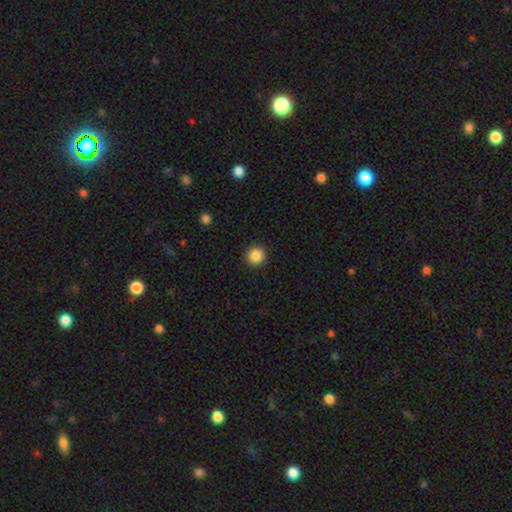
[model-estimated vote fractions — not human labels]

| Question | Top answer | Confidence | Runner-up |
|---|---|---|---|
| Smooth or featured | smooth | 86% | star or artifact (10%) |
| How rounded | round | 96% | in between (3%) |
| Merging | none | 92% | minor disturbance (5%) |